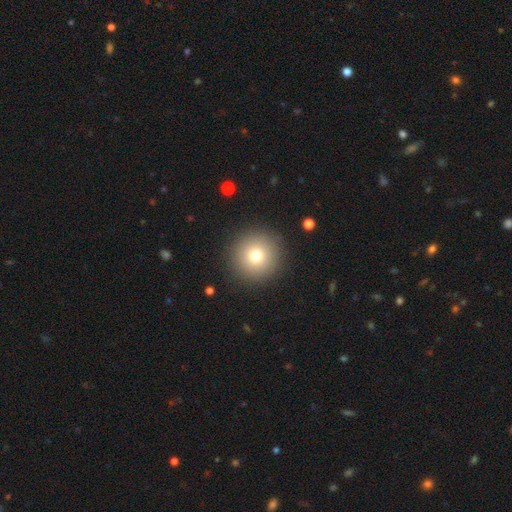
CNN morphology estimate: This is likely a smooth galaxy (76%). How rounded: clearly round (96%). Merging: clearly none (91%).